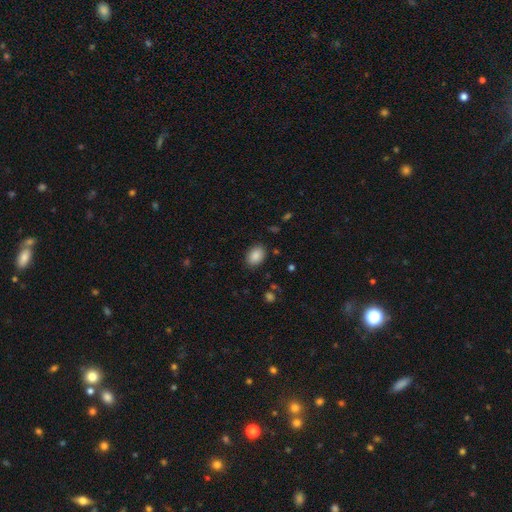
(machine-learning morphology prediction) A smooth galaxy with no disk features (88%) that is in between round and cigar-shaped (77%).

Vote fractions:
- Smooth or featured? smooth: 88% / star or artifact: 8% / featured or disk: 4%
- How rounded? in between: 77% / round: 22% / cigar-shaped: 1%
- Merging? none: 87% / minor disturbance: 9% / major disturbance: 3% / merger: 1%